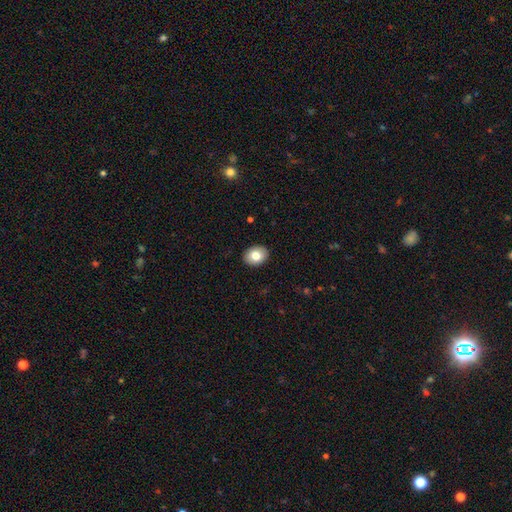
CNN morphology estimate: smooth_or_featured: smooth (p=0.79) [alt: featured or disk p=0.13]
how_rounded: in between (p=0.67) [alt: round p=0.33]
merging: none (p=0.91) [alt: minor disturbance p=0.06]